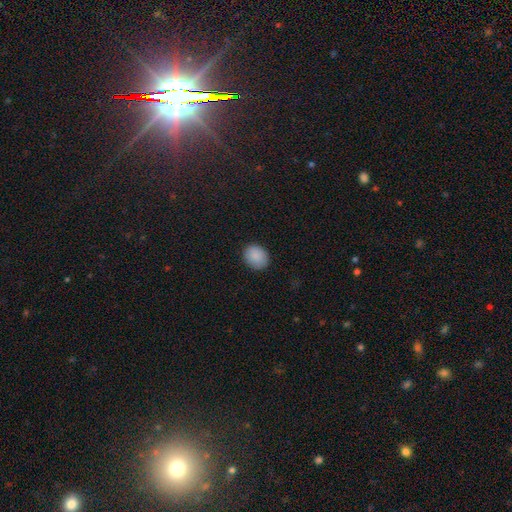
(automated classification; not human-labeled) A smooth galaxy with no disk features (89%) that is round (57%). Merging: none (88%).